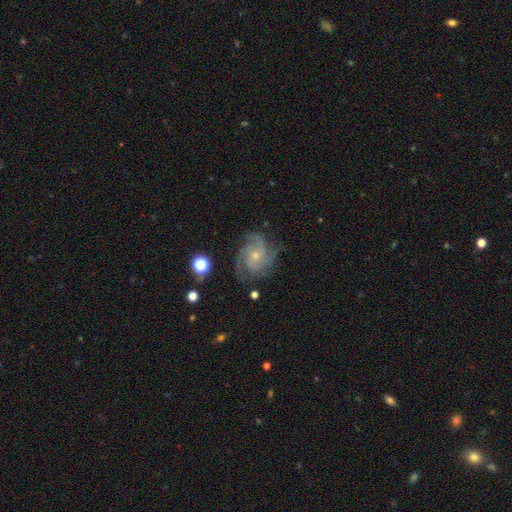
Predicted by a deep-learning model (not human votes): Smooth or featured?
  - featured or disk: 85% *
  - smooth: 8%
  - star or artifact: 7%
Edge-on disk?
  - no: 98% *
  - yes: 2%
Bar?
  - no: 76% *
  - weak: 20%
  - strong: 3%
Spiral arms?
  - yes: 97% *
  - no: 3%
Spiral winding?
  - tight: 52% *
  - medium: 39%
  - loose: 8%
Spiral arm count?
  - 3: 40% *
  - 4: 23%
  - can't tell: 15%
  - 2: 11%
  - more than 4: 6%
  - 1: 5%
Bulge size?
  - small: 62% *
  - moderate: 34%
  - none: 2%
  - large: 1%
  - dominant: 1%
Merging?
  - none: 73% *
  - minor disturbance: 18%
  - major disturbance: 8%
  - merger: 1%